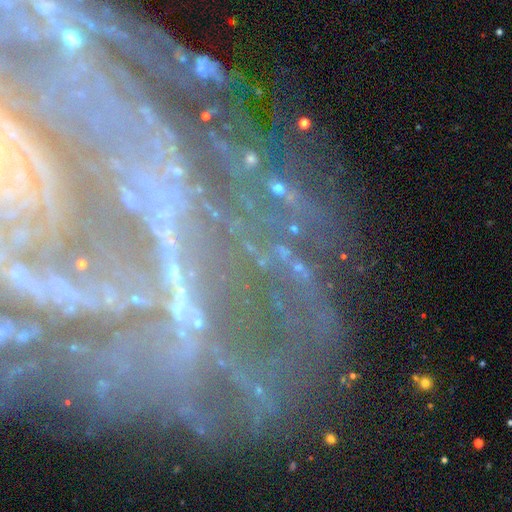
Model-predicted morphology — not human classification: smooth-or-featured: featured or disk: 67% | star or artifact: 24% | smooth: 9%
  disk-edge-on: no: 92% | yes: 8%
    bar: strong: 39% | no: 34% | weak: 27%
    has-spiral-arms: yes: 81% | no: 19%
    bulge-size: small: 50% | none: 23% | moderate: 19% | large: 5% | dominant: 3%
  merging: none: 59% | major disturbance: 19% | minor disturbance: 16% | merger: 6%